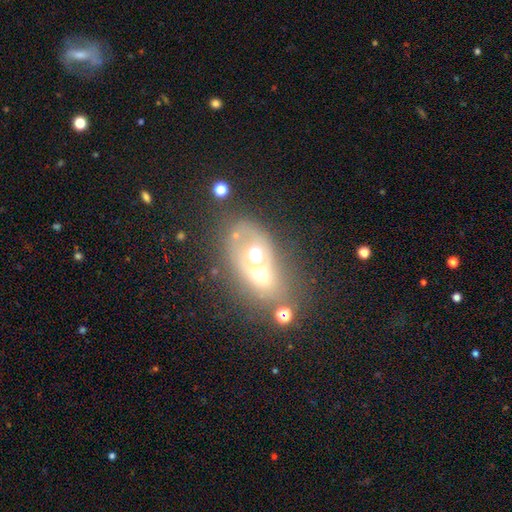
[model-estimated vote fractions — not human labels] smooth 47%, featured or disk 37%, star or artifact 16%. Down the decision tree: merging — merger (62%).